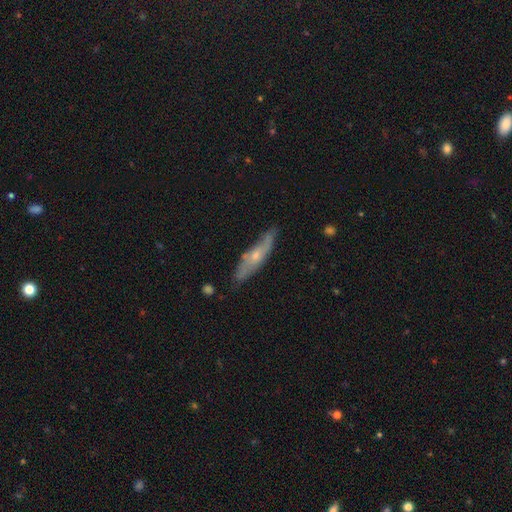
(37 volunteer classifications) A featured or disk galaxy (70%) viewed edge-on (58%) with a rounded central bulge (87%). Merging: none (71%).